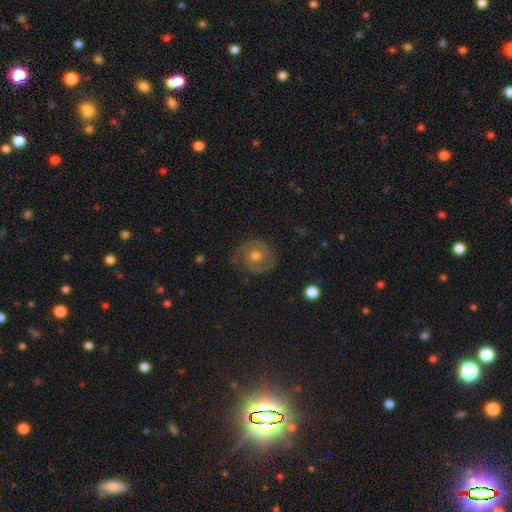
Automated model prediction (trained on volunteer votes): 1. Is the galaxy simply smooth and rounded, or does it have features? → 77% featured or disk, 15% smooth, 8% star or artifact.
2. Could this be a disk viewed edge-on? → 98% no, 2% yes.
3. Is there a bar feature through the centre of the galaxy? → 76% no, 20% weak, 4% strong.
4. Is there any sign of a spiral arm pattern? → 90% yes, 10% no.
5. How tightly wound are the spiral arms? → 60% tight, 32% medium, 7% loose.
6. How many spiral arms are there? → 80% 2, 9% can't tell, 5% 1, 3% 3, 2% 4, 2% more than 4.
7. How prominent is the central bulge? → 77% moderate, 14% small, 7% large, 1% none, 1% dominant.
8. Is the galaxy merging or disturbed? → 82% none, 13% minor disturbance, 5% major disturbance, 1% merger.